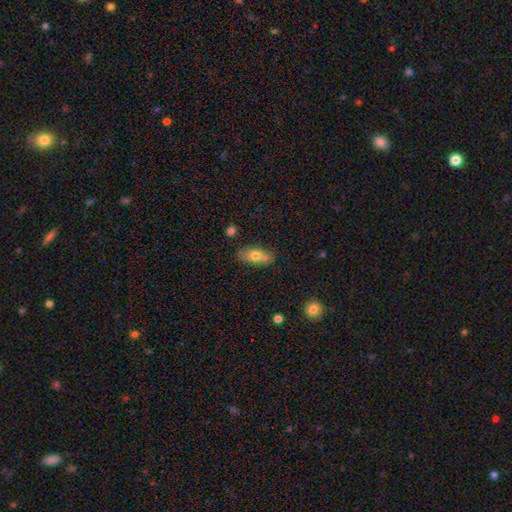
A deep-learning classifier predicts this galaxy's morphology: smooth 71%, featured or disk 22%, star or artifact 7%. Down the decision tree: how rounded — in between (87%); merging — none (69%).